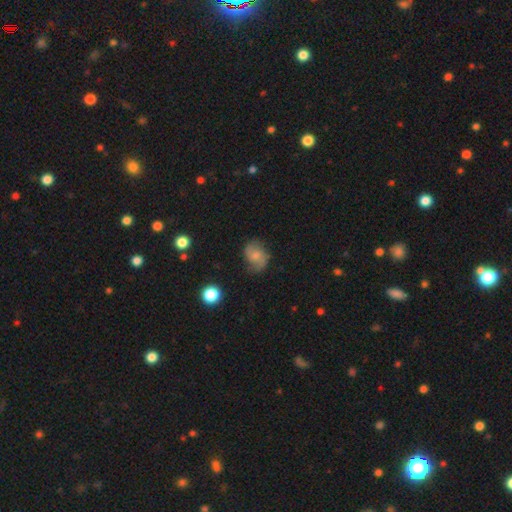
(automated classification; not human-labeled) A featured or disk galaxy (47%). Merging: none (62%).